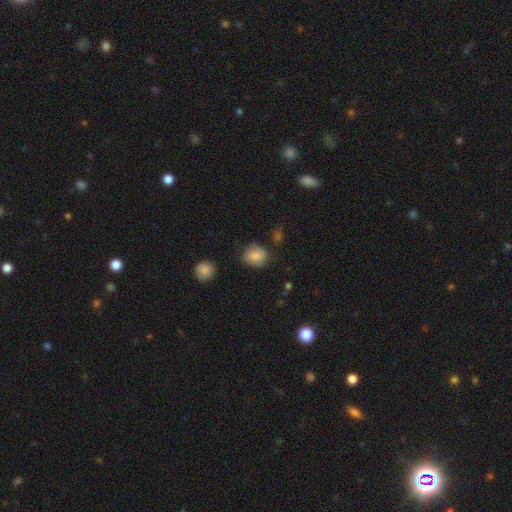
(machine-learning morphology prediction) Q: Smooth or featured?
A: smooth (79%); runner-up: featured or disk (12%)
Q: How rounded?
A: round (68%); runner-up: in between (31%)
Q: Merging?
A: none (70%); runner-up: minor disturbance (21%)